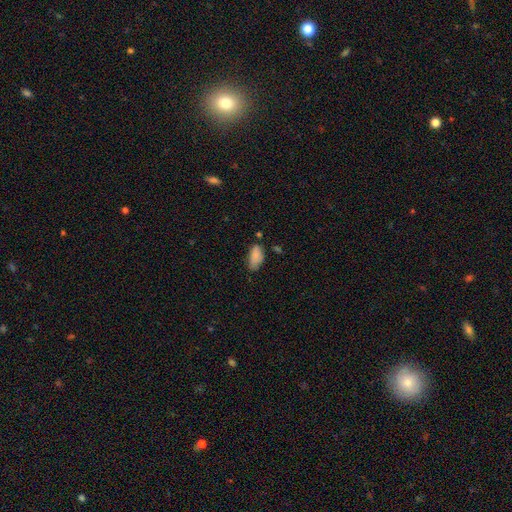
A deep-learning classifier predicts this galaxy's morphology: smooth-or-featured: smooth: 84% | featured or disk: 8% | star or artifact: 8%
  how-rounded: in between: 93% | cigar-shaped: 5% | round: 3%
  merging: none: 59% | minor disturbance: 31% | major disturbance: 6% | merger: 4%